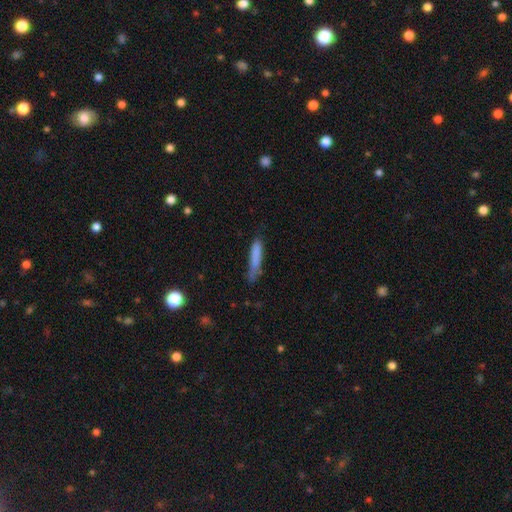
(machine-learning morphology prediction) The model was most divided on "merging": none: 61%, minor disturbance: 27%, major disturbance: 8%, merger: 4%. More confident: how rounded — cigar-shaped (90%); smooth or featured — smooth (78%).